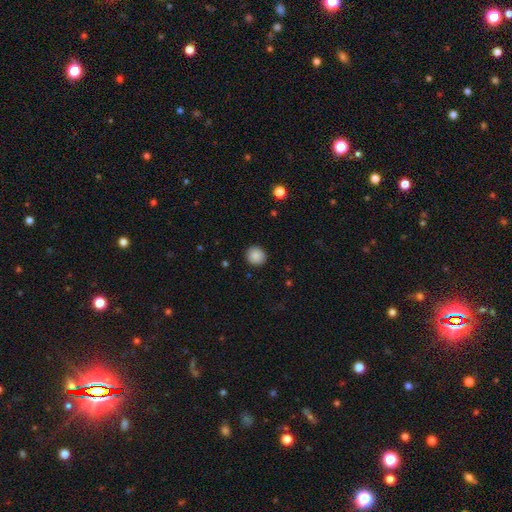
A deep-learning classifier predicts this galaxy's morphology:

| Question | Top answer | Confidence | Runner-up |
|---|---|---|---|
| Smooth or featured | smooth | 89% | star or artifact (8%) |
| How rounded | round | 92% | in between (7%) |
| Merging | none | 91% | minor disturbance (6%) |